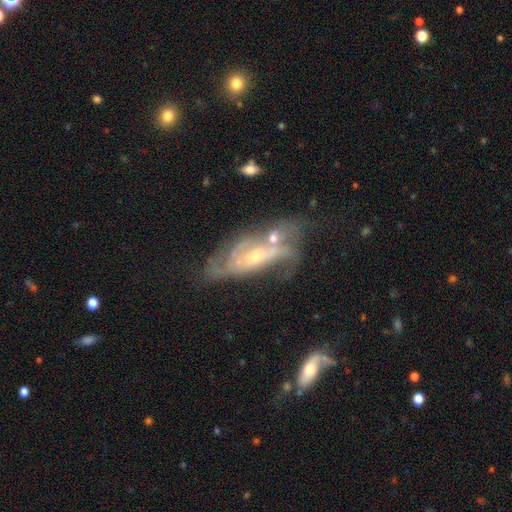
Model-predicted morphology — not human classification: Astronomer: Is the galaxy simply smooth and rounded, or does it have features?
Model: featured or disk — 79%.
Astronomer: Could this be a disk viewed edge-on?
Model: no — 88%.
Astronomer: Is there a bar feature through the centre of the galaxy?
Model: no — 57%.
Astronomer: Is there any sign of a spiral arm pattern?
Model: yes — 81%.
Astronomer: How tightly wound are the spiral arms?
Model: tight — 44% (runner-up: medium, 38%).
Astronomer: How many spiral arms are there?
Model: can't tell — 43% (runner-up: 2, 33%).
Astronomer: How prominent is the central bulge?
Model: small — 49% (runner-up: moderate, 45%).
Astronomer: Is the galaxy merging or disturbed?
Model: none — 34% (runner-up: merger, 27%).